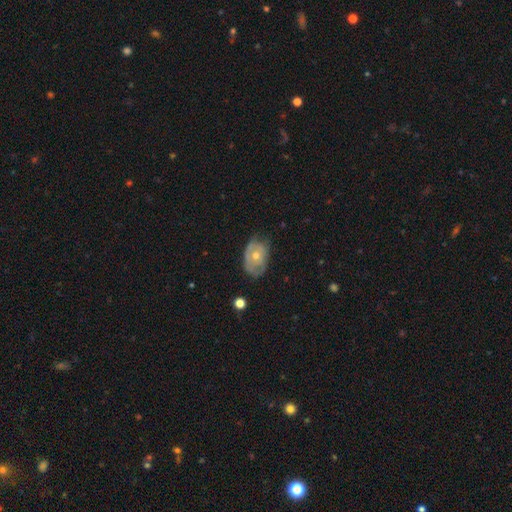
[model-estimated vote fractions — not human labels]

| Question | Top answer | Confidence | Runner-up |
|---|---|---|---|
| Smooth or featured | featured or disk | 57% | smooth (34%) |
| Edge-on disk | no | 93% | yes (7%) |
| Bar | no | 86% | weak (11%) |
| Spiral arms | yes | 50% | tied: no (50%) |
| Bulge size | moderate | 54% | small (42%) |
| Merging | none | 61% | minor disturbance (28%) |